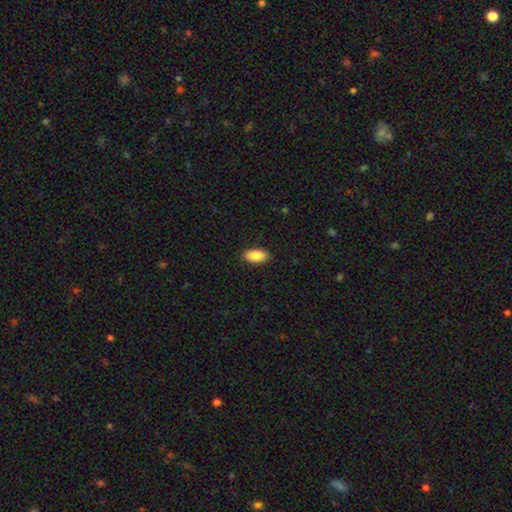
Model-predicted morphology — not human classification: smooth 88%, star or artifact 6%, featured or disk 6%. Down the decision tree: how rounded — in between (92%); merging — none (89%).